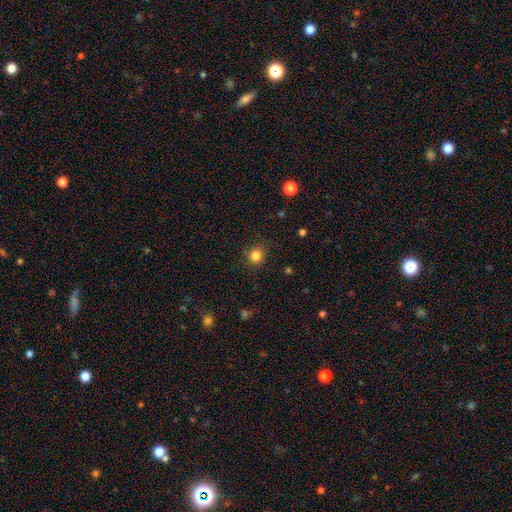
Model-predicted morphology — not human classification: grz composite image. It shows a smooth galaxy with no disk features (83%) that is round (88%). Merging: none (87%).